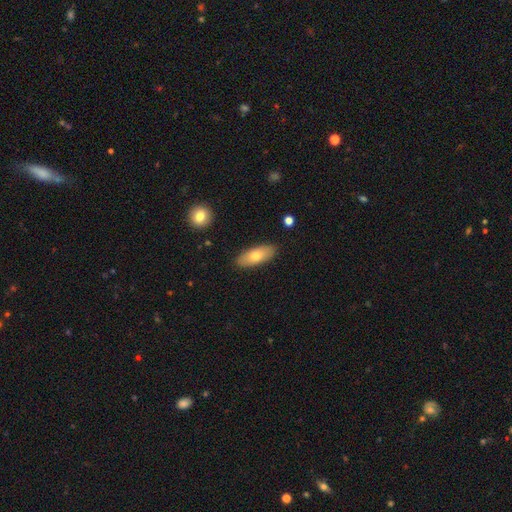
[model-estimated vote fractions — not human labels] Smooth or featured? Predicted: smooth (p=0.71). How rounded? Predicted: in between (p=0.80). Merging? Predicted: none (p=0.87).